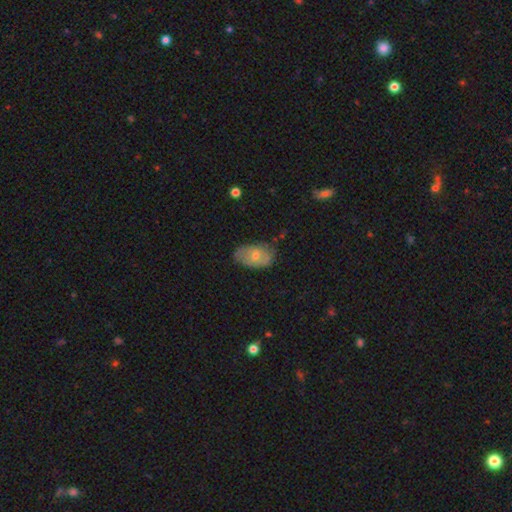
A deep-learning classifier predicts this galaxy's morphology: Smooth or featured?
  - smooth: 49% *
  - featured or disk: 43%
  - star or artifact: 8%
Merging?
  - none: 66% *
  - minor disturbance: 27%
  - major disturbance: 6%
  - merger: 2%